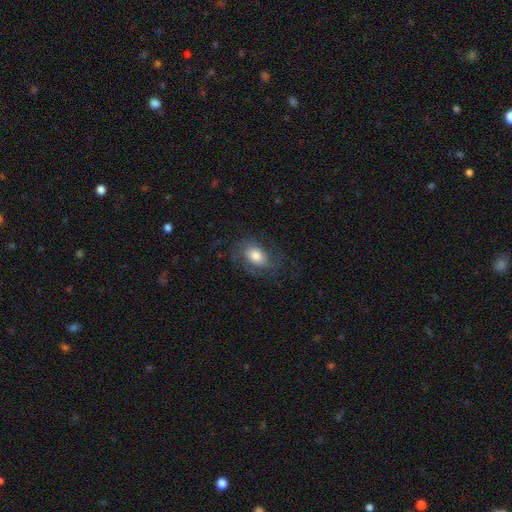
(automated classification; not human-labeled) Q: Smooth or featured?
A: smooth (50%); runner-up: featured or disk (42%)
Q: Merging?
A: none (64%); runner-up: minor disturbance (20%)